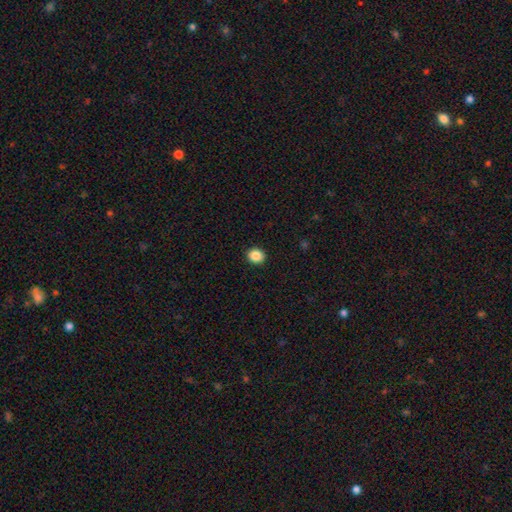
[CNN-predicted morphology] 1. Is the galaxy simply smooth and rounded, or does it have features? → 87% smooth, 10% star or artifact, 3% featured or disk.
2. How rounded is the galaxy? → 78% round, 21% in between, 1% cigar-shaped.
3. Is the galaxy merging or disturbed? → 93% none, 5% minor disturbance, 2% major disturbance, 1% merger.